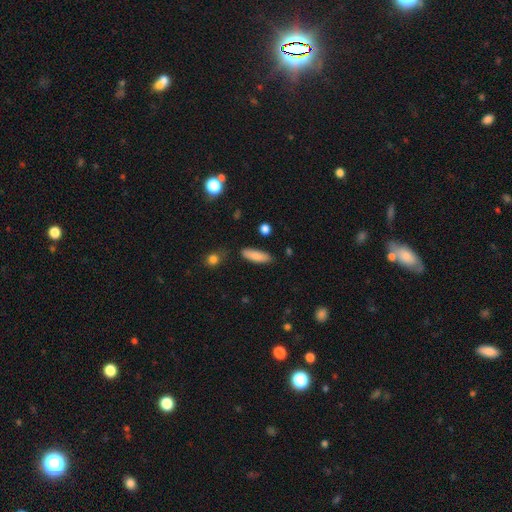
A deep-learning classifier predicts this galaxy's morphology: Smooth or featured? Predicted: smooth (p=0.86). How rounded? Predicted: in between (p=0.51). Merging? Predicted: none (p=0.82).